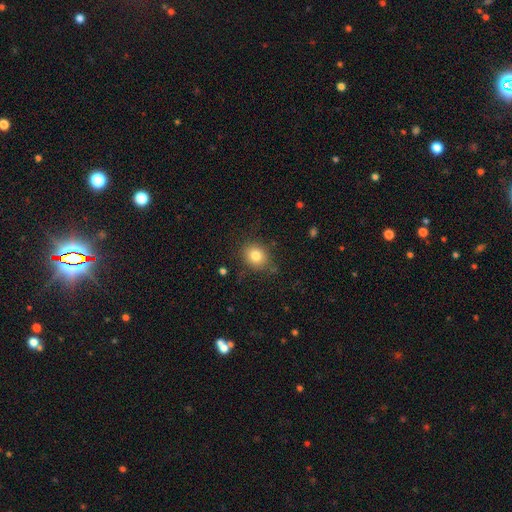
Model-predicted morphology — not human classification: Smooth or featured?
  - smooth: 80% *
  - star or artifact: 11%
  - featured or disk: 9%
How rounded?
  - round: 64% *
  - in between: 35%
  - cigar-shaped: 1%
Merging?
  - none: 81% *
  - minor disturbance: 14%
  - major disturbance: 4%
  - merger: 2%